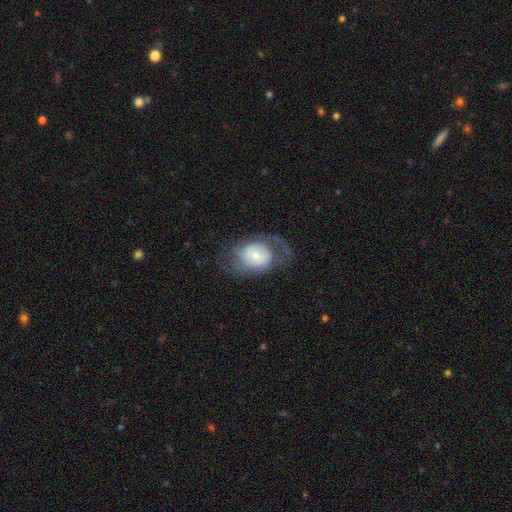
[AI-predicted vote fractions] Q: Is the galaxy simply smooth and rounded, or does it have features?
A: featured or disk — 60%.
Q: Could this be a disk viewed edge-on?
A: no — 96%.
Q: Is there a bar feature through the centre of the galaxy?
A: no — 73%.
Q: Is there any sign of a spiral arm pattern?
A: yes — 70%.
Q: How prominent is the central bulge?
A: small — 49%.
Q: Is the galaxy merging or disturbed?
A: none — 46%.